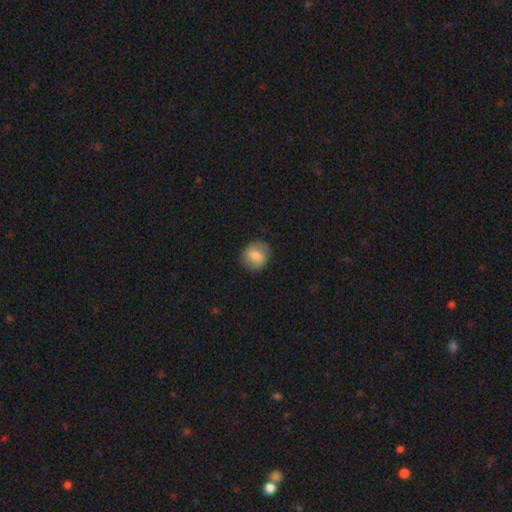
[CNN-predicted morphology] Smooth or featured? Predicted: smooth (p=0.71). How rounded? Predicted: round (p=0.81). Merging? Predicted: none (p=0.84).